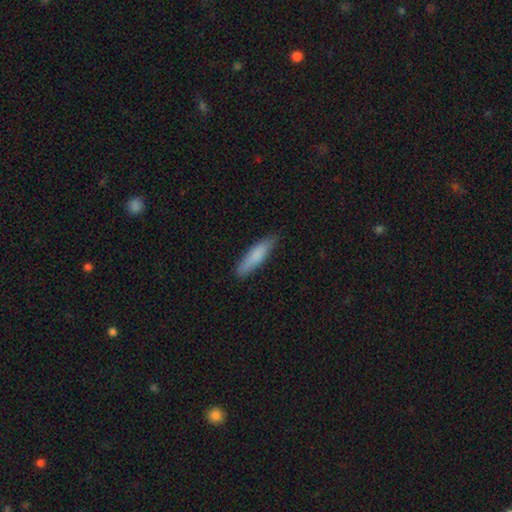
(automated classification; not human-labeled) Smooth or featured? Predicted: smooth (p=0.81). How rounded? Predicted: cigar-shaped (p=0.75). Merging? Predicted: none (p=0.82).